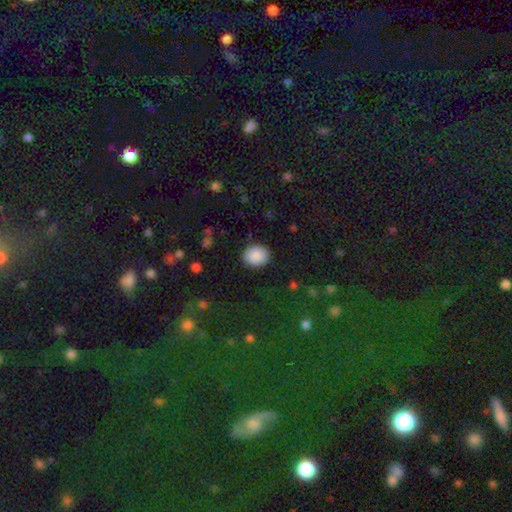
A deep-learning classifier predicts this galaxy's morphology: This is clearly a smooth galaxy (89%). How rounded: likely round (62%). Merging: clearly none (89%).